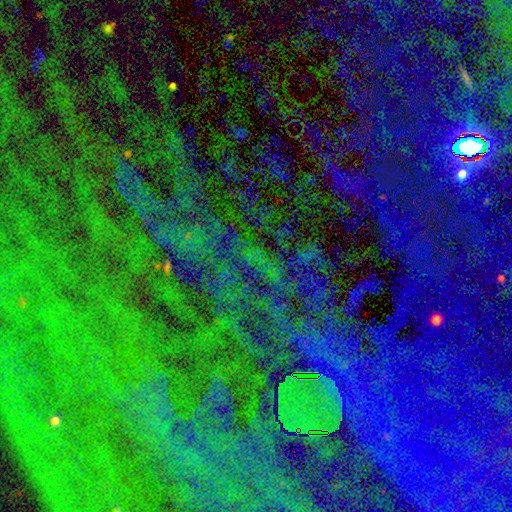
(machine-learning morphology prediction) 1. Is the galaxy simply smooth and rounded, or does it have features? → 81% star or artifact, 10% smooth, 8% featured or disk.